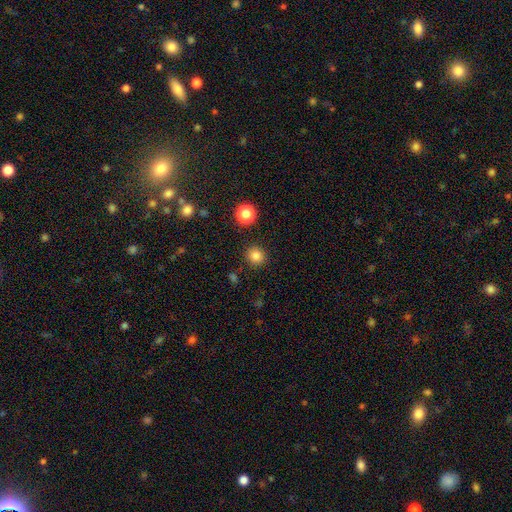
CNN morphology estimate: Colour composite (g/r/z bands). It shows a smooth galaxy with no disk features (83%) that is round (91%). Merging: none (90%).